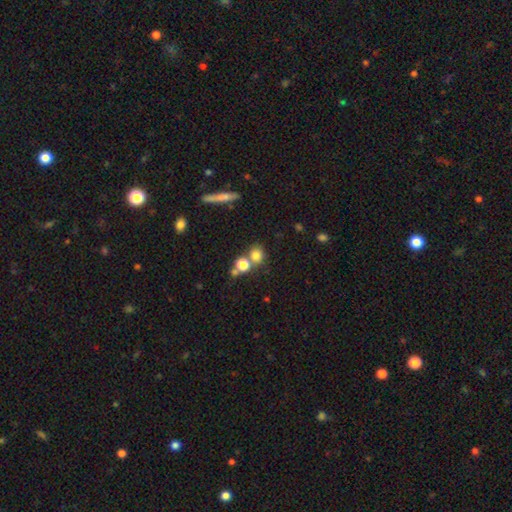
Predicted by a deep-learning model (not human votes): Q: Smooth or featured?
A: smooth (76%); runner-up: star or artifact (15%)
Q: How rounded?
A: round (79%); runner-up: in between (20%)
Q: Merging?
A: none (57%); runner-up: merger (29%)